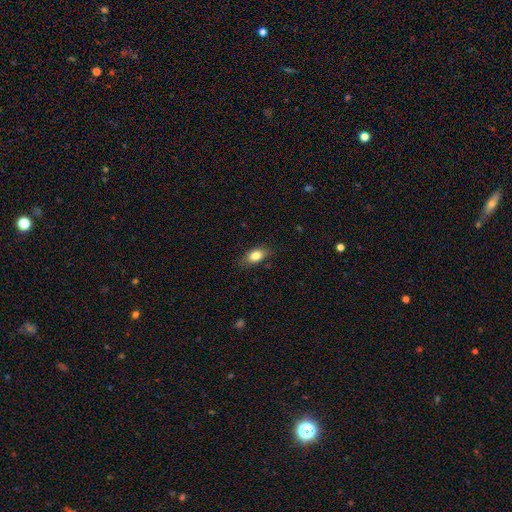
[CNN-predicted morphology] The model was most divided on "merging": none: 80%, minor disturbance: 16%, major disturbance: 4%, merger: 1%. More confident: how rounded — in between (84%); smooth or featured — smooth (82%).